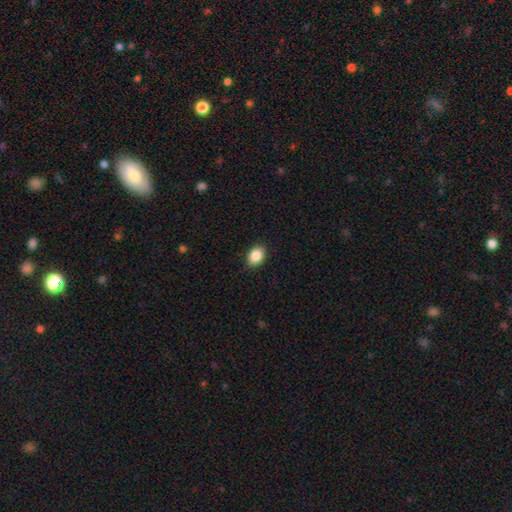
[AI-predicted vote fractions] Smooth or featured? Predicted: smooth (p=0.88). How rounded? Predicted: in between (p=0.81). Merging? Predicted: none (p=0.89).